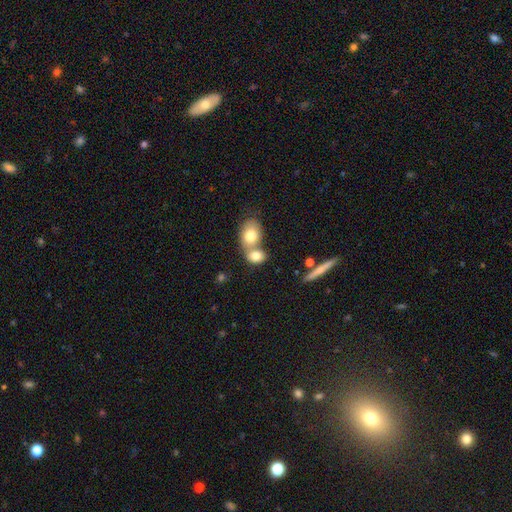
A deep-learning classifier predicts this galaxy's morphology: The model was most divided on "how rounded": in between: 61%, round: 36%, cigar-shaped: 3%. More confident: smooth or featured — smooth (76%); merging — merger (59%).